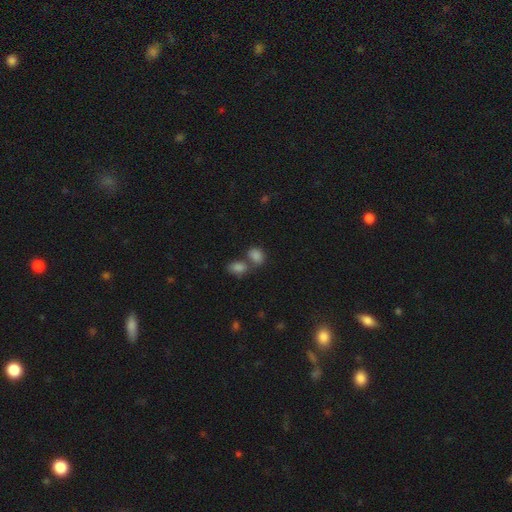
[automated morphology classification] Smooth or featured? Predicted: smooth (p=0.84). How rounded? Predicted: in between (p=0.71). Merging? Predicted: merger (p=0.49).